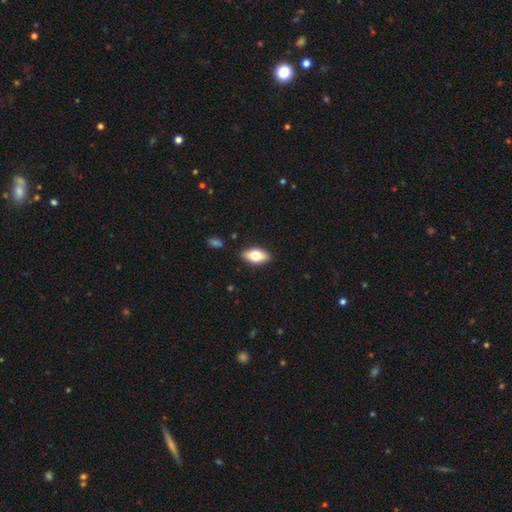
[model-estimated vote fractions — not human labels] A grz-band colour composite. It shows a smooth galaxy with no disk features (73%) that is in between round and cigar-shaped (89%). Merging: none (88%).